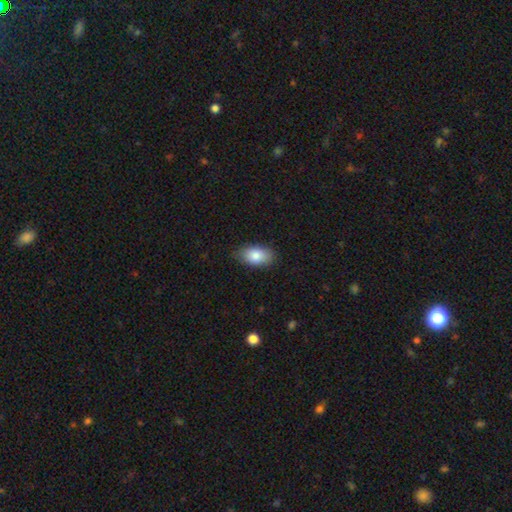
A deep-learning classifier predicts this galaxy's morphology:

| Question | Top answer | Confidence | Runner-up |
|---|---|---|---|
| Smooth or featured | smooth | 83% | featured or disk (10%) |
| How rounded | in between | 92% | round (6%) |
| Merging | none | 81% | minor disturbance (16%) |